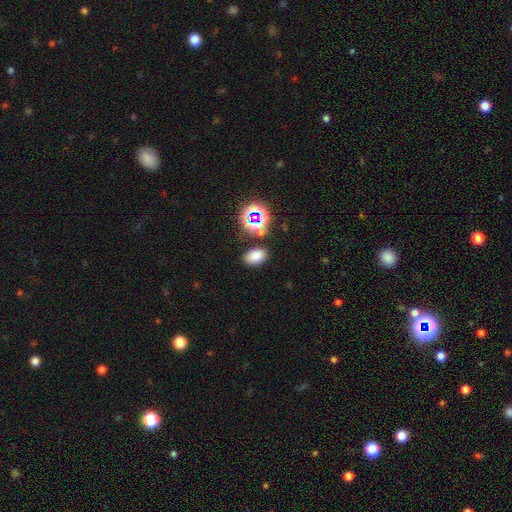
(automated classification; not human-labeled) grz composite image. It shows a smooth galaxy with no disk features (75%) that is in between round and cigar-shaped (85%). Merging: none (81%).